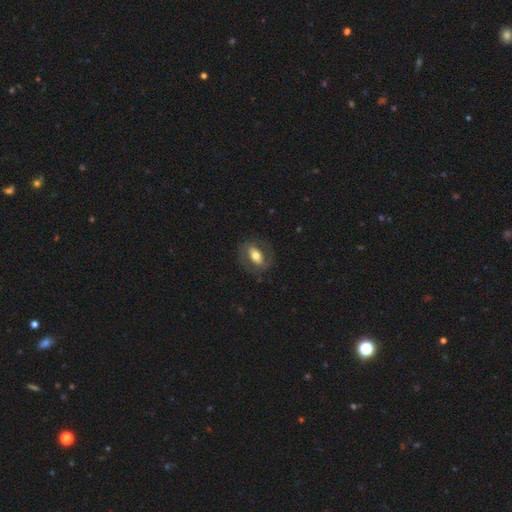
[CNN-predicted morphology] smooth_or_featured: featured or disk (p=0.47) [alt: smooth p=0.46]
merging: none (p=0.76) [alt: minor disturbance p=0.13]